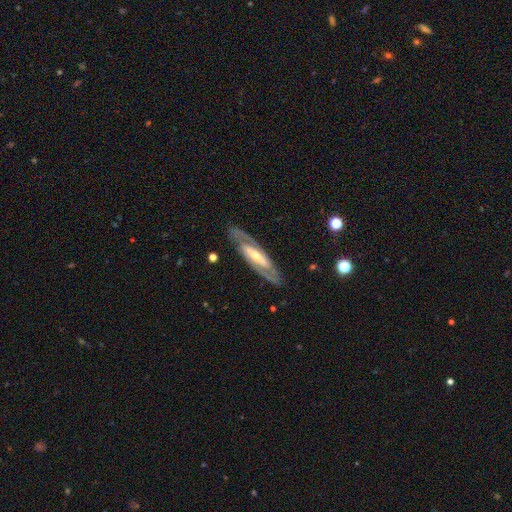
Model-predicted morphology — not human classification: Smooth or featured?
  - featured or disk: 85% *
  - smooth: 10%
  - star or artifact: 5%
Edge-on disk?
  - no: 83% *
  - yes: 17%
Bar?
  - strong: 50% *
  - weak: 29%
  - no: 21%
Spiral arms?
  - yes: 89% *
  - no: 11%
Spiral winding?
  - medium: 46% *
  - tight: 41%
  - loose: 13%
Spiral arm count?
  - 2: 87% *
  - can't tell: 8%
  - 1: 2%
  - 3: 1%
  - 4: 1%
  - more than 4: 1%
Bulge size?
  - small: 48% *
  - moderate: 44%
  - large: 5%
  - none: 2%
  - dominant: 1%
Merging?
  - none: 85% *
  - minor disturbance: 10%
  - major disturbance: 4%
  - merger: 1%